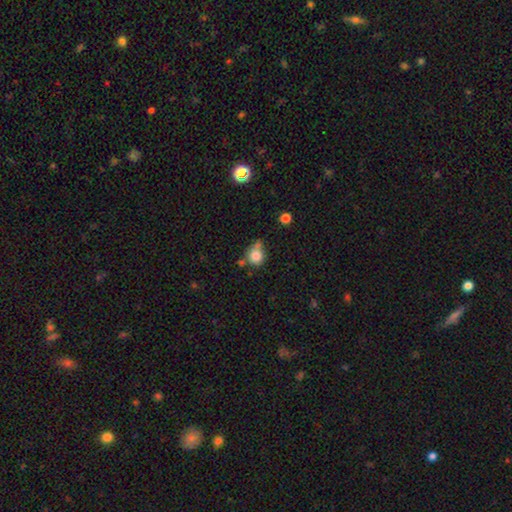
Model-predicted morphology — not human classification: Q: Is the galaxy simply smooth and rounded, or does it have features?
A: smooth — 81%.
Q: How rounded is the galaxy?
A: round — 80%.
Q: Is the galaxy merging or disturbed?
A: none — 45%.